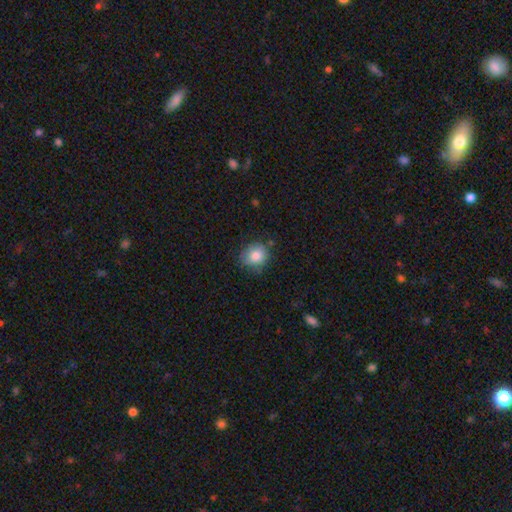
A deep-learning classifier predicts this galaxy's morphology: Smooth or featured? smooth (83%)
How rounded? round (76%)
Merging? none (71%)